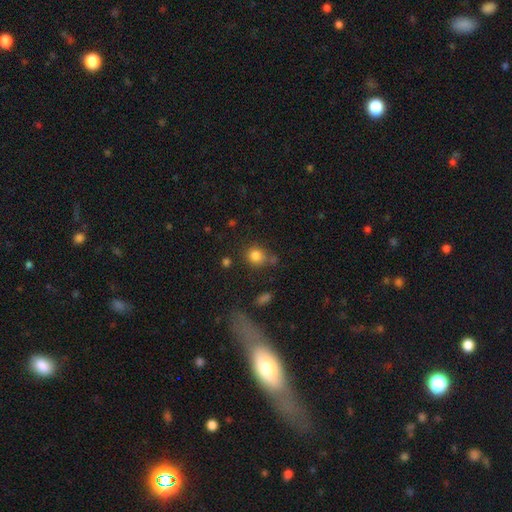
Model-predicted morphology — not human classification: smooth 82%, star or artifact 11%, featured or disk 6%. Down the decision tree: how rounded — round (80%); merging — none (69%).